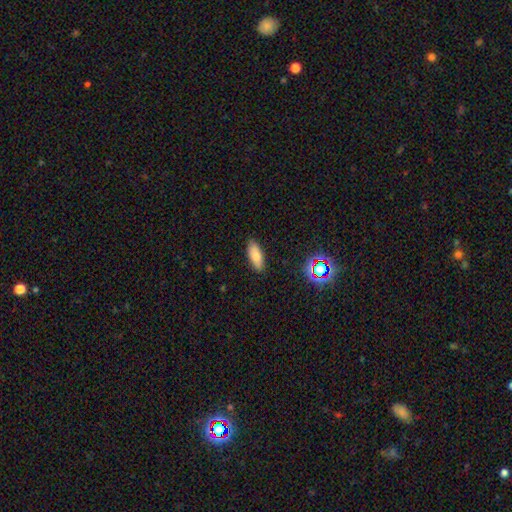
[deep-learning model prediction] This appears to be a smooth galaxy with no disk features (78%) that is in between round and cigar-shaped (75%). Merging: none (86%).